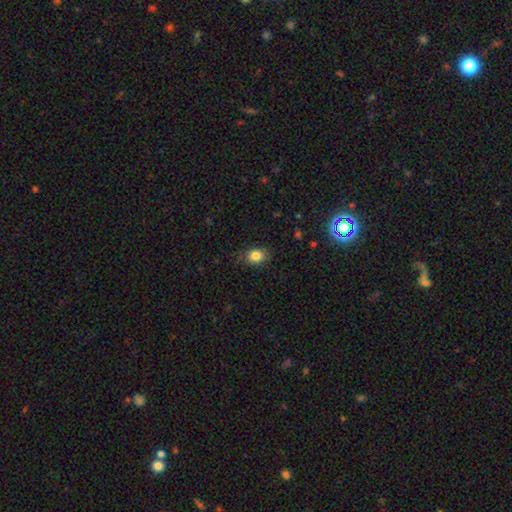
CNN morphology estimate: Smooth or featured: smooth — 84% (star or artifact — 10%)
How rounded: in between — 58% (round — 41%)
Merging: none — 82% (minor disturbance — 14%)